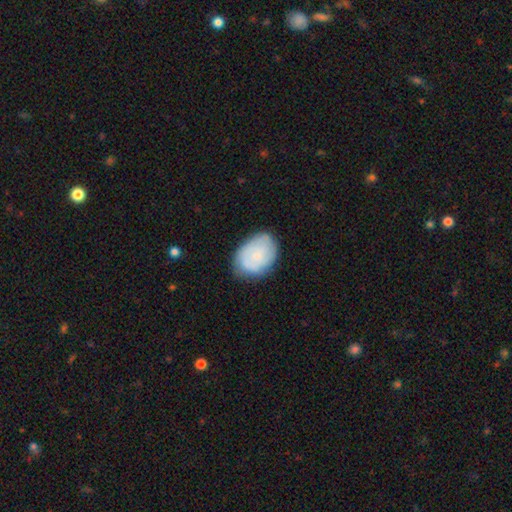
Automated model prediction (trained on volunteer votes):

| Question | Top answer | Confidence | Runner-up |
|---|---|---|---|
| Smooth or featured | smooth | 61% | featured or disk (32%) |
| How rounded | in between | 74% | round (25%) |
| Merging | none | 69% | minor disturbance (24%) |